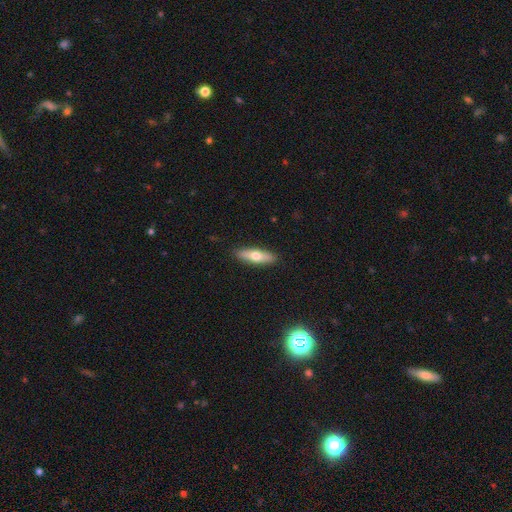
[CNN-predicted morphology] Smooth or featured?
  - smooth: 61% *
  - featured or disk: 33%
  - star or artifact: 6%
How rounded?
  - cigar-shaped: 56% *
  - in between: 42%
  - round: 3%
Merging?
  - none: 90% *
  - minor disturbance: 8%
  - major disturbance: 2%
  - merger: 1%